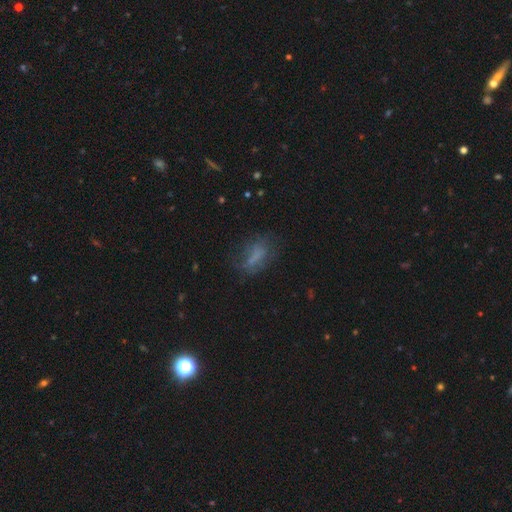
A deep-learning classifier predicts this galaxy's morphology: Smooth or featured? smooth (60%)
How rounded? in between (74%)
Merging? none (55%)